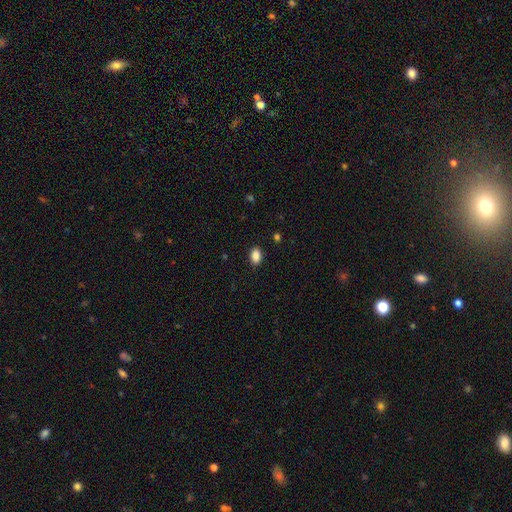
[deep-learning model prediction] A smooth galaxy with no disk features (88%) that is in between round and cigar-shaped (83%). Merging: none (89%).